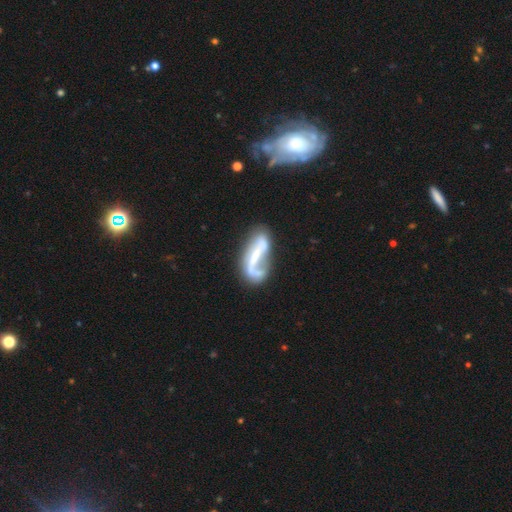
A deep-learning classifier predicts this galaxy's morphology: Q: Smooth or featured?
A: featured or disk (70%); runner-up: smooth (23%)
Q: Edge-on disk?
A: no (91%); runner-up: yes (9%)
Q: Bar?
A: strong (44%); runner-up: weak (29%)
Q: Spiral arms?
A: yes (74%); runner-up: no (26%)
Q: Bulge size?
A: small (37%); runner-up: none (31%)
Q: Merging?
A: none (42%); runner-up: major disturbance (25%)